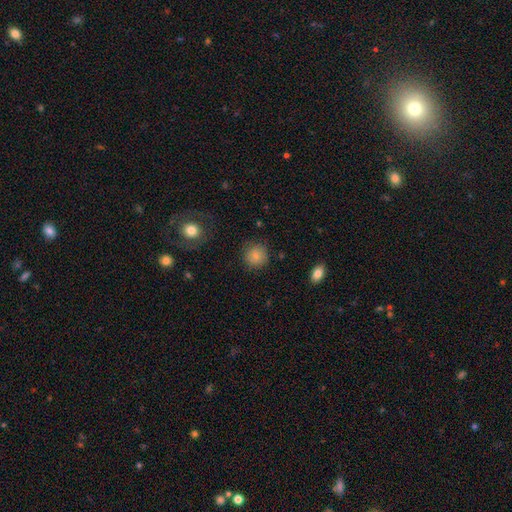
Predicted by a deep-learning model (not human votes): Smooth or featured? smooth (83%)
How rounded? round (89%)
Merging? none (82%)